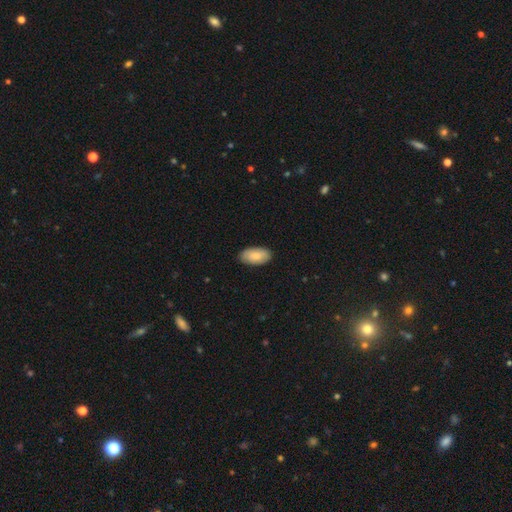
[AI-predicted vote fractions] The model was most divided on "smooth or featured": smooth: 83%, featured or disk: 11%, star or artifact: 6%. More confident: how rounded — in between (95%); merging — none (87%).